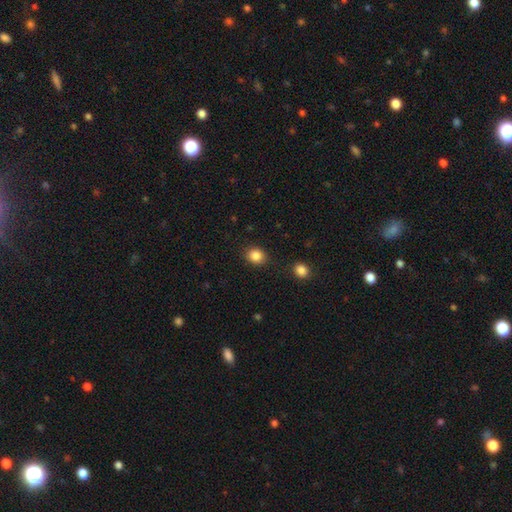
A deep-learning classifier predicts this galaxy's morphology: Q: Smooth or featured?
A: smooth (85%); runner-up: star or artifact (10%)
Q: How rounded?
A: round (63%); runner-up: in between (36%)
Q: Merging?
A: none (85%); runner-up: minor disturbance (9%)